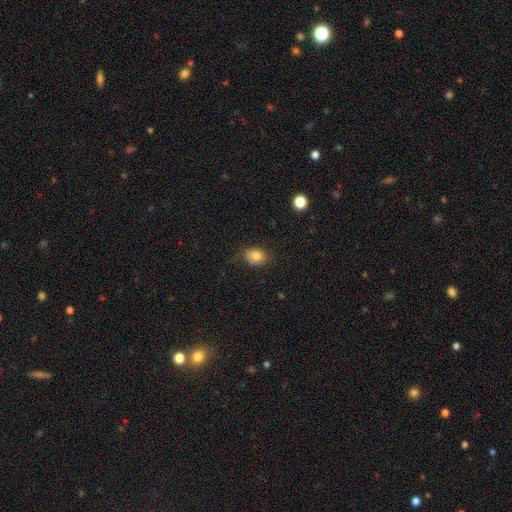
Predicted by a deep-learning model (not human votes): Smooth or featured: smooth — 81% (star or artifact — 10%)
How rounded: in between — 50% (round — 49%)
Merging: none — 67% (minor disturbance — 24%)